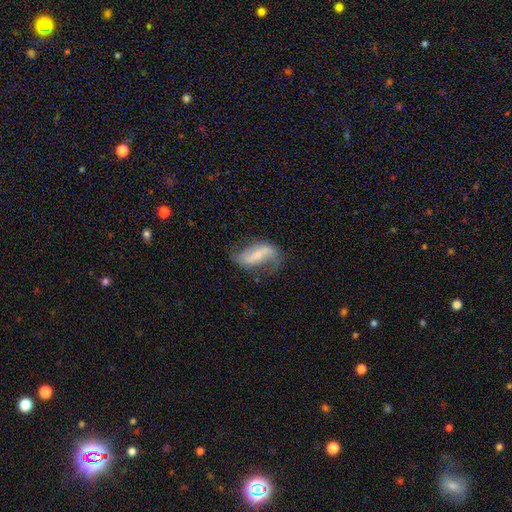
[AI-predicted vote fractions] smooth-or-featured: featured or disk: 74% | smooth: 19% | star or artifact: 7%
  disk-edge-on: no: 93% | yes: 7%
    bar: strong: 46% | weak: 32% | no: 22%
    has-spiral-arms: yes: 88% | no: 12%
      spiral-winding: loose: 62% | medium: 27% | tight: 11%
      spiral-arm-count: 2: 84% | 1: 7% | can't tell: 6% | 3: 1% | 4: 1% | more than 4: 1%
    bulge-size: small: 63% | moderate: 23% | none: 10% | large: 2% | dominant: 1%
  merging: none: 58% | minor disturbance: 24% | major disturbance: 15% | merger: 2%